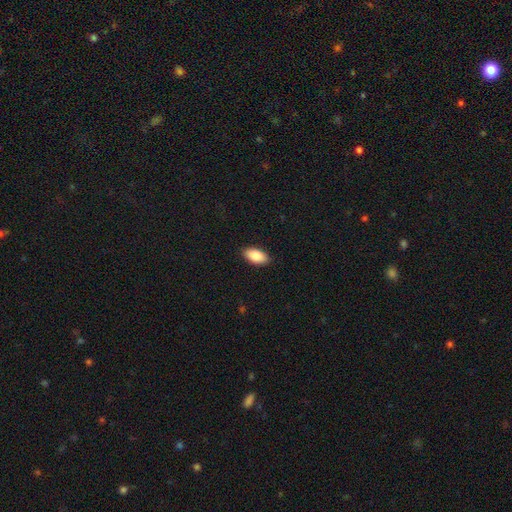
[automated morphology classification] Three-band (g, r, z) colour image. It shows a smooth galaxy with no disk features (88%) that is in between round and cigar-shaped (94%). Merging: none (89%).